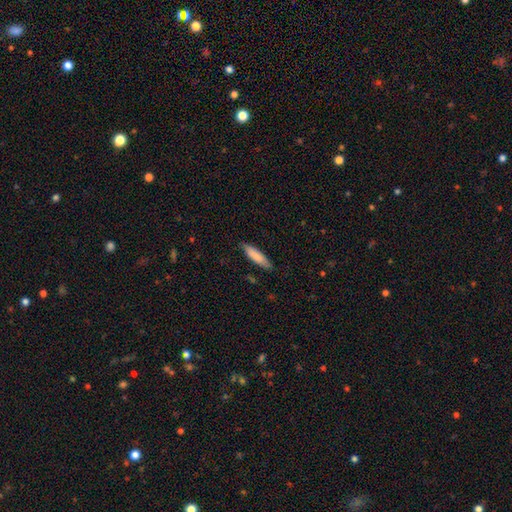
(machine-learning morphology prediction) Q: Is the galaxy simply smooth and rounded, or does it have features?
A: smooth — 83%.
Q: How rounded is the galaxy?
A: cigar-shaped — 72%.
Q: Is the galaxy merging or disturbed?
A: none — 84%.